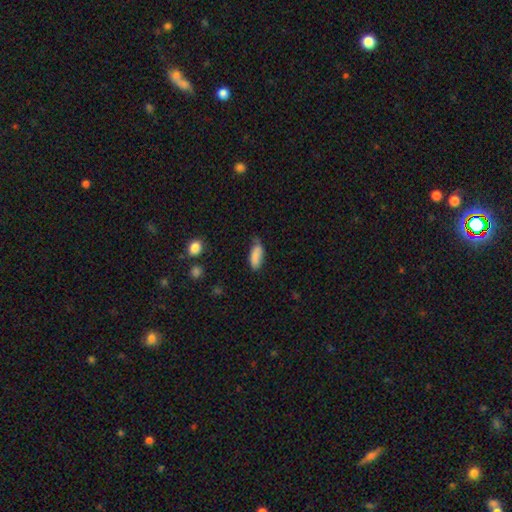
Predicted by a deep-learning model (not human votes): This is clearly a smooth galaxy (84%). How rounded: likely in between (79%). Merging: possibly none (57%).